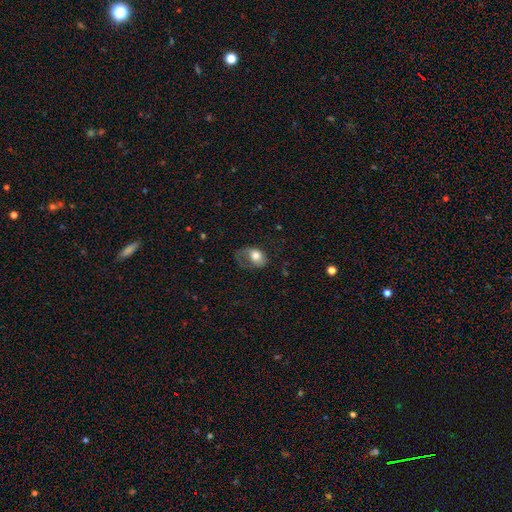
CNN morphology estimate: Smooth or featured?
  - smooth: 68% *
  - featured or disk: 25%
  - star or artifact: 8%
How rounded?
  - in between: 74% *
  - round: 25%
  - cigar-shaped: 1%
Merging?
  - major disturbance: 42% *
  - none: 28%
  - minor disturbance: 28%
  - merger: 2%